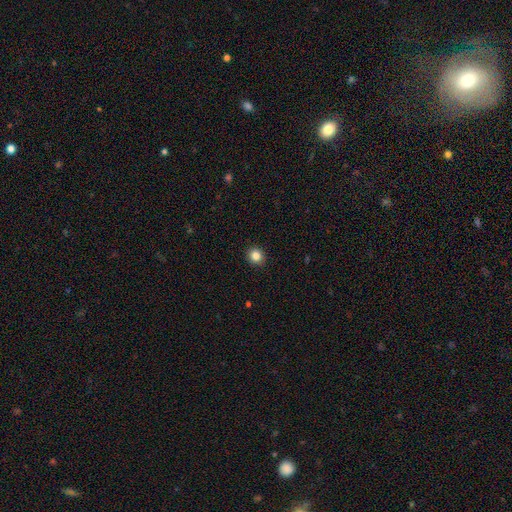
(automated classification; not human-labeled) A smooth galaxy with no disk features (85%) that is round (84%).

Vote fractions:
- Smooth or featured? smooth: 85% / star or artifact: 11% / featured or disk: 4%
- How rounded? round: 84% / in between: 15% / cigar-shaped: 1%
- Merging? none: 92% / minor disturbance: 5% / major disturbance: 2% / merger: 1%